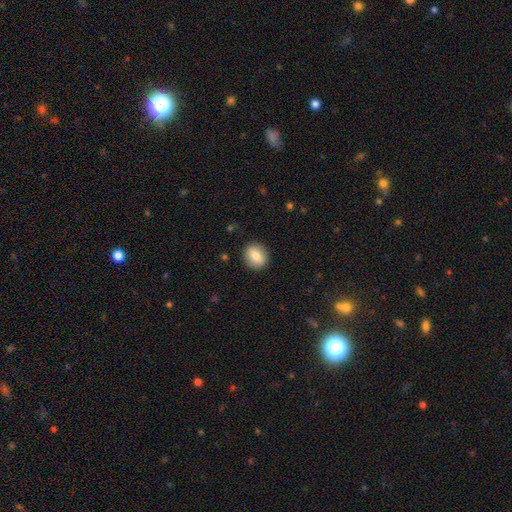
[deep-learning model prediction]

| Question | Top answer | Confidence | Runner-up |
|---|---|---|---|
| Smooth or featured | smooth | 78% | featured or disk (15%) |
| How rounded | round | 72% | in between (27%) |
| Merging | none | 90% | minor disturbance (7%) |